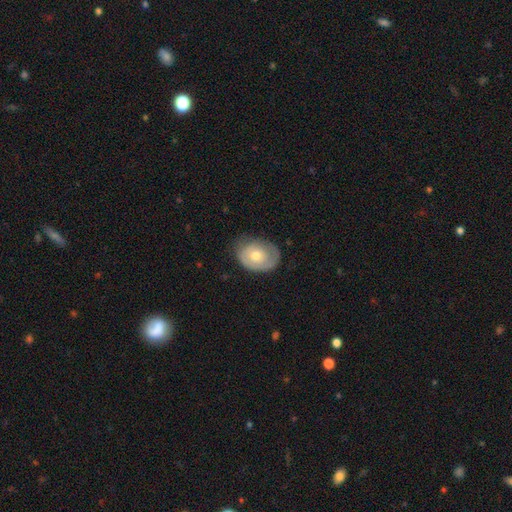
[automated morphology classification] type=smooth (50%); merging=none (63%).